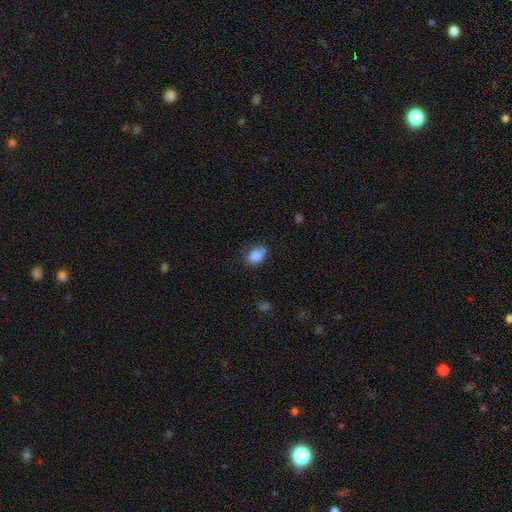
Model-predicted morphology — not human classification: Smooth or featured? Predicted: smooth (p=0.82). How rounded? Predicted: in between (p=0.71). Merging? Predicted: none (p=0.46).